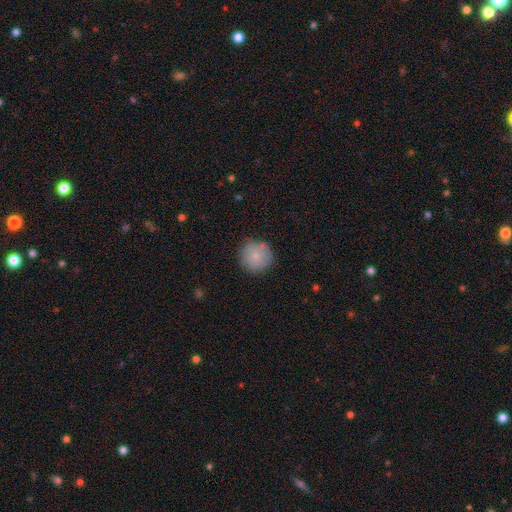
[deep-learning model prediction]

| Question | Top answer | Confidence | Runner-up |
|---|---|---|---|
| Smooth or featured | smooth | 74% | featured or disk (18%) |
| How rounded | round | 95% | in between (4%) |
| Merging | none | 82% | minor disturbance (13%) |